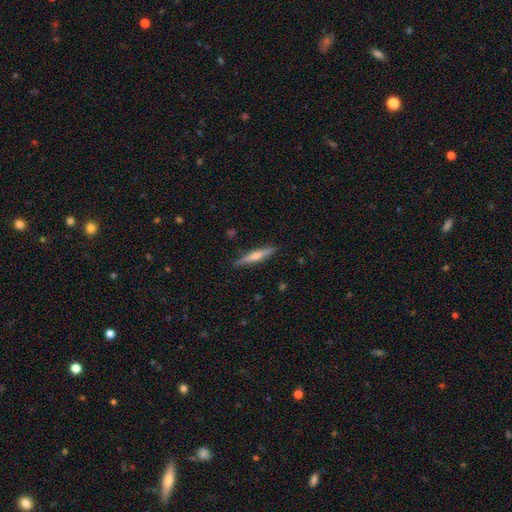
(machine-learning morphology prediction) This appears to be a featured or disk galaxy (59%) viewed edge-on (97%) with a rounded central bulge (84%). Merging: none (90%).